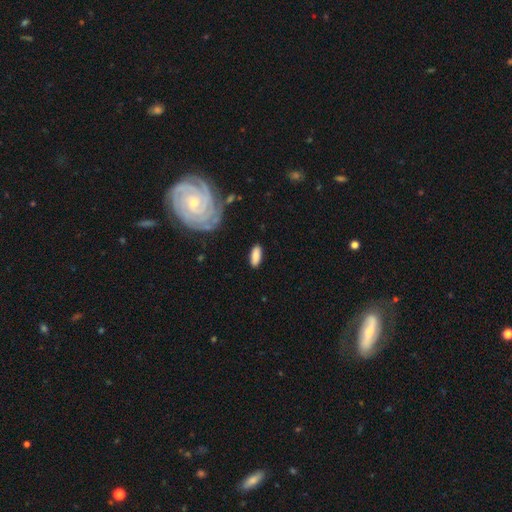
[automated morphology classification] A smooth galaxy with no disk features (81%) that is in between round and cigar-shaped (78%).

Vote fractions:
- Smooth or featured? smooth: 81% / featured or disk: 12% / star or artifact: 6%
- How rounded? in between: 78% / cigar-shaped: 20% / round: 2%
- Merging? none: 83% / minor disturbance: 12% / major disturbance: 3% / merger: 2%